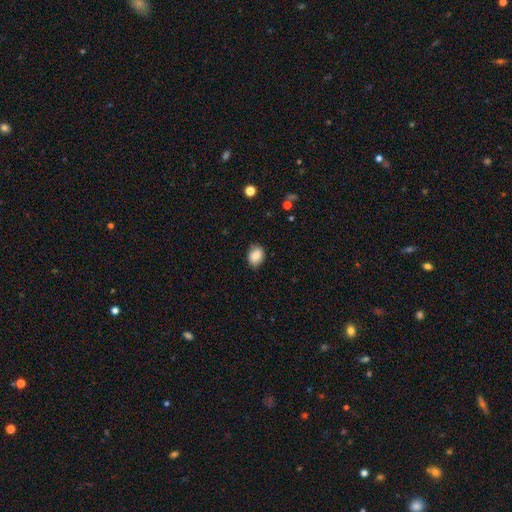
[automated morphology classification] A smooth galaxy with no disk features (84%) that is in between round and cigar-shaped (62%). Merging: none (79%).